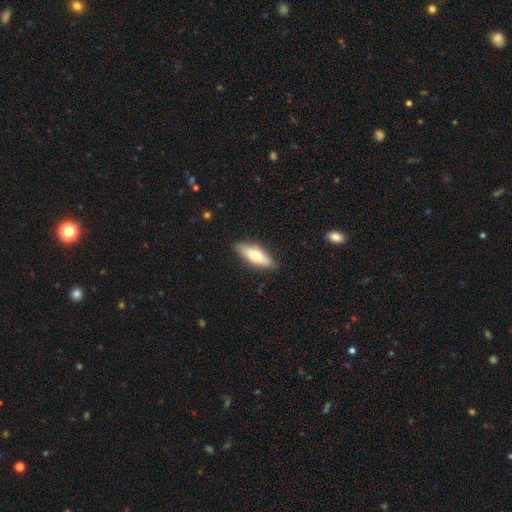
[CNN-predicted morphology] A smooth galaxy with no disk features (65%) that is in between round and cigar-shaped (58%).

Vote fractions:
- Smooth or featured? smooth: 65% / featured or disk: 29% / star or artifact: 6%
- How rounded? in between: 58% / cigar-shaped: 39% / round: 2%
- Merging? none: 86% / minor disturbance: 11% / major disturbance: 2% / merger: 1%